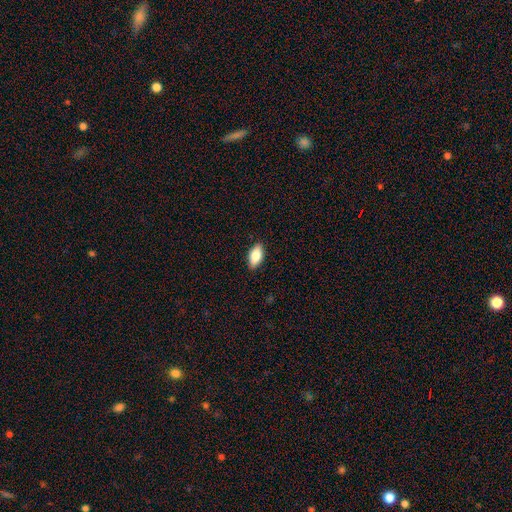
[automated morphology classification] smooth-or-featured: smooth: 82% | featured or disk: 12% | star or artifact: 7%
  how-rounded: in between: 90% | cigar-shaped: 7% | round: 3%
  merging: none: 89% | minor disturbance: 8% | major disturbance: 2% | merger: 1%